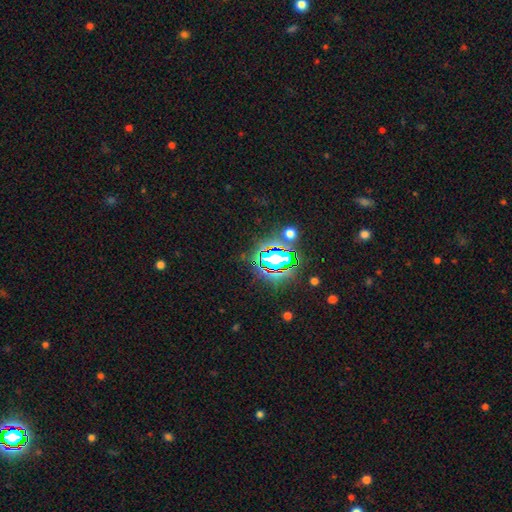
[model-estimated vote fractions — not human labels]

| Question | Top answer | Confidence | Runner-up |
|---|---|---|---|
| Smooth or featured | star or artifact | 82% | smooth (10%) |